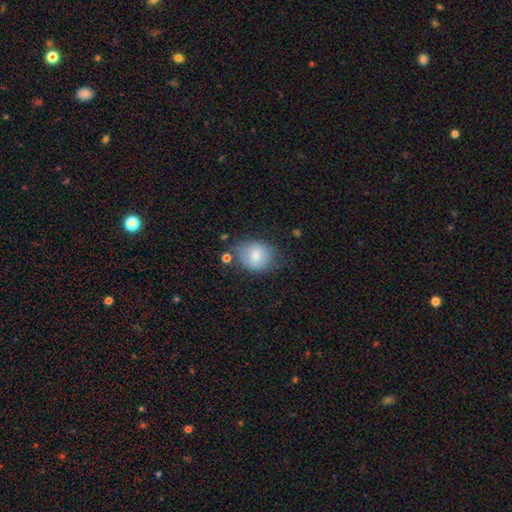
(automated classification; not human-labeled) smooth 75%, featured or disk 17%, star or artifact 8%. Down the decision tree: how rounded — in between (50%); merging — none (57%).